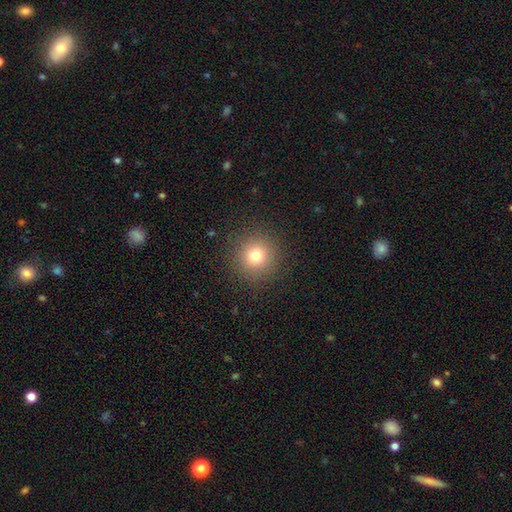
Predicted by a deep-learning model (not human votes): A smooth galaxy with no disk features (77%) that is round (94%).

Vote fractions:
- Smooth or featured? smooth: 77% / star or artifact: 15% / featured or disk: 8%
- How rounded? round: 94% / in between: 5% / cigar-shaped: 1%
- Merging? none: 90% / minor disturbance: 6% / major disturbance: 3% / merger: 1%